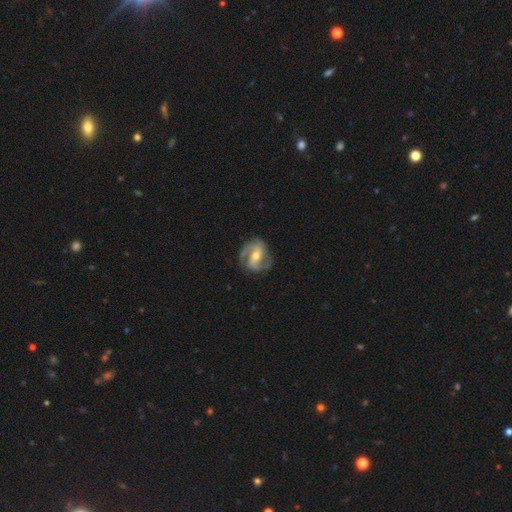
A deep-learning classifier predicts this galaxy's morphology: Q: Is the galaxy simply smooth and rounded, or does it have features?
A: featured or disk — 85%.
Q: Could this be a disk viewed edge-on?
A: no — 97%.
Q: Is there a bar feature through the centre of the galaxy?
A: weak — 40%.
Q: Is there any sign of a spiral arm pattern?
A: yes — 95%.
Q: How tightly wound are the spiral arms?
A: medium — 51%.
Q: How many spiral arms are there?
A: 2 — 81%.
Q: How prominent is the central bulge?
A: moderate — 62%.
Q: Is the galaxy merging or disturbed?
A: none — 76%.